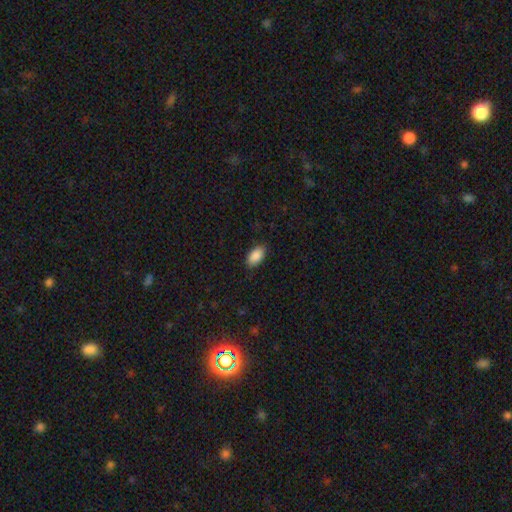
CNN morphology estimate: smooth 90%, star or artifact 7%, featured or disk 3%. Down the decision tree: how rounded — in between (94%); merging — none (87%).